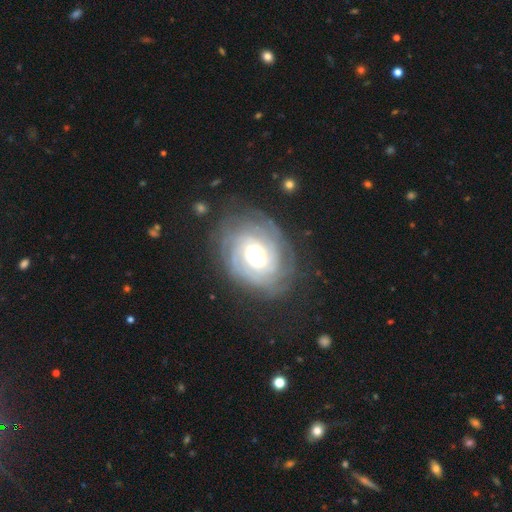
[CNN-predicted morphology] The model was most divided on "bar": no: 49%, weak: 36%, strong: 14%. Remaining: edge-on disk — no (97%); spiral arms — yes (94%); smooth or featured — featured or disk (83%); merging — none (75%); spiral winding — tight (75%); bulge size — moderate (55%); spiral arm count — can't tell (36%).